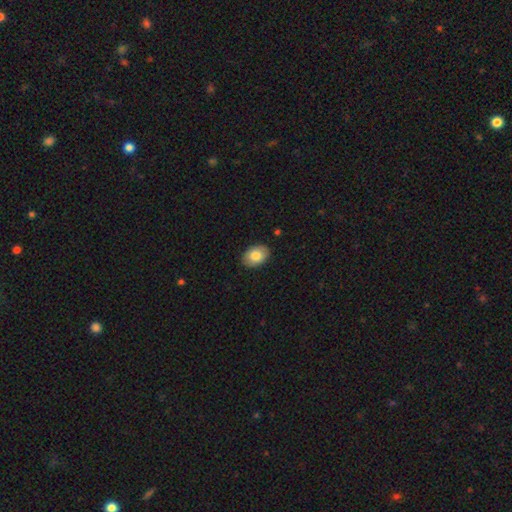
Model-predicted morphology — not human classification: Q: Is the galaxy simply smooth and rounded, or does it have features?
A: smooth — 82%.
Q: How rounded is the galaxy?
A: in between — 82%.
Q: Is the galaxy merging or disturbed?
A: none — 89%.